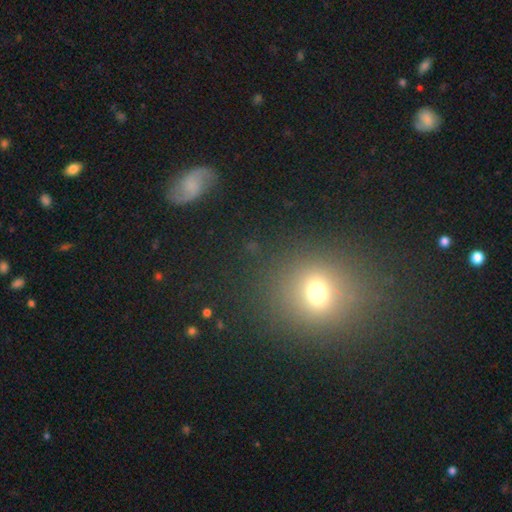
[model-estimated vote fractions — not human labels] smooth 45%, star or artifact 28%, featured or disk 27%. Down the decision tree: merging — none (83%).